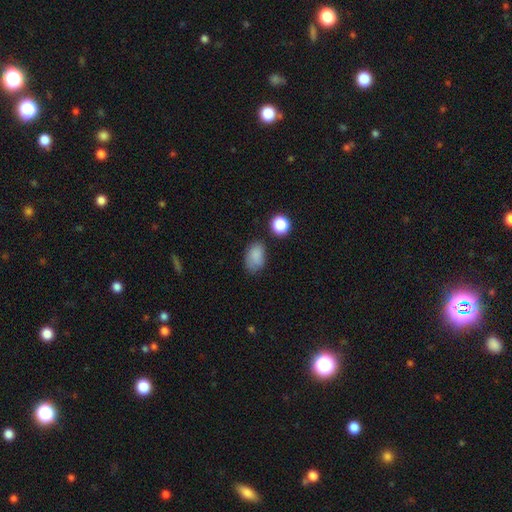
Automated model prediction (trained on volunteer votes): smooth_or_featured: smooth (p=0.83) [alt: star or artifact p=0.11]
how_rounded: in between (p=0.85) [alt: round p=0.13]
merging: none (p=0.64) [alt: minor disturbance p=0.24]